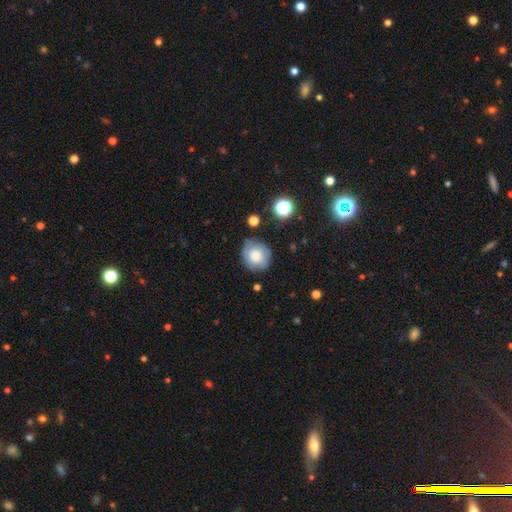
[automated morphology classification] A smooth galaxy with no disk features (72%) that is round (84%). Merging: none (74%).